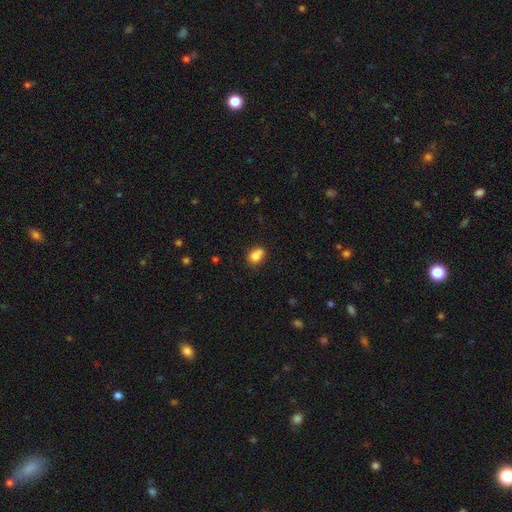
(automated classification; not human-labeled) The model was most divided on "how rounded": round: 55%, in between: 44%, cigar-shaped: 1%. Remaining: smooth or featured — smooth (78%); merging — none (46%).